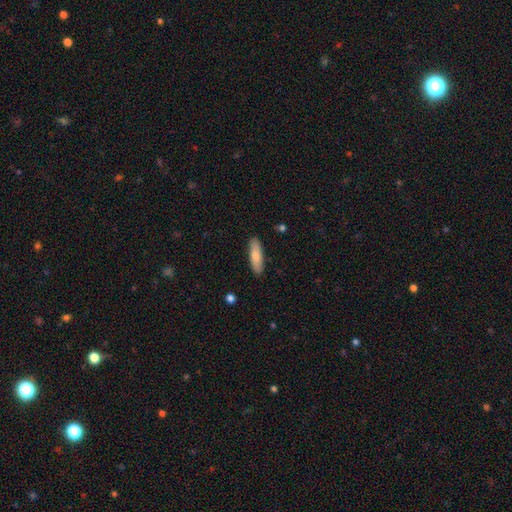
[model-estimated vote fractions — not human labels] A smooth galaxy with no disk features (80%) that is cigar-shaped (57%).

Vote fractions:
- Smooth or featured? smooth: 80% / featured or disk: 14% / star or artifact: 6%
- How rounded? cigar-shaped: 57% / in between: 41% / round: 2%
- Merging? none: 88% / minor disturbance: 9% / major disturbance: 2% / merger: 1%